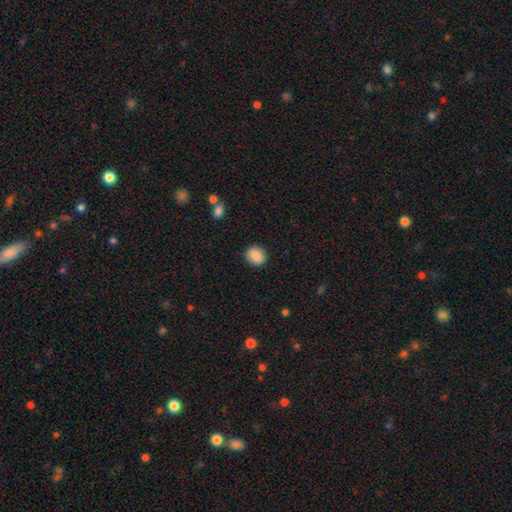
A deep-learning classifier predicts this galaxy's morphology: The model was most divided on "how rounded": round: 78%, in between: 21%, cigar-shaped: 1%. More confident: merging — none (90%); smooth or featured — smooth (88%).